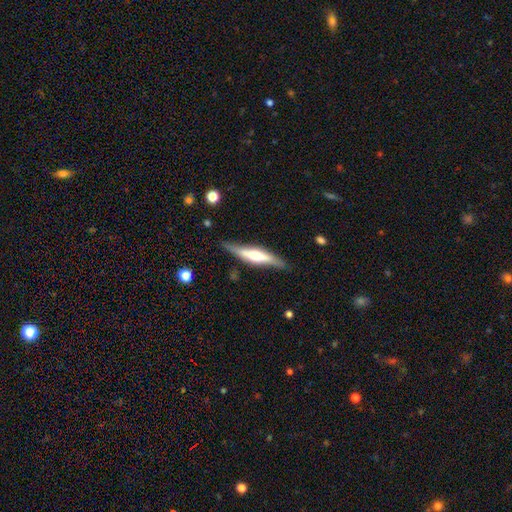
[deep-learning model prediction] This is likely a featured or disk galaxy (61%). It is clearly viewed edge-on (91%). Edge-on bulge: likely rounded (71%). Merging: likely none (80%).